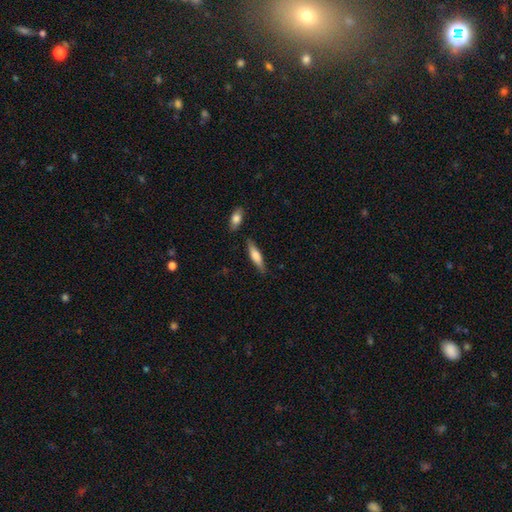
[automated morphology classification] Smooth or featured? smooth (68%)
How rounded? cigar-shaped (68%)
Merging? none (81%)